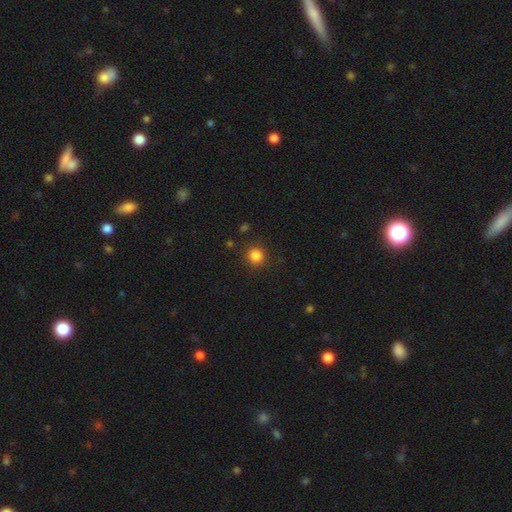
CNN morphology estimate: smooth_or_featured: smooth (p=0.84) [alt: star or artifact p=0.12]
how_rounded: round (p=0.91) [alt: in between p=0.08]
merging: none (p=0.88) [alt: minor disturbance p=0.07]